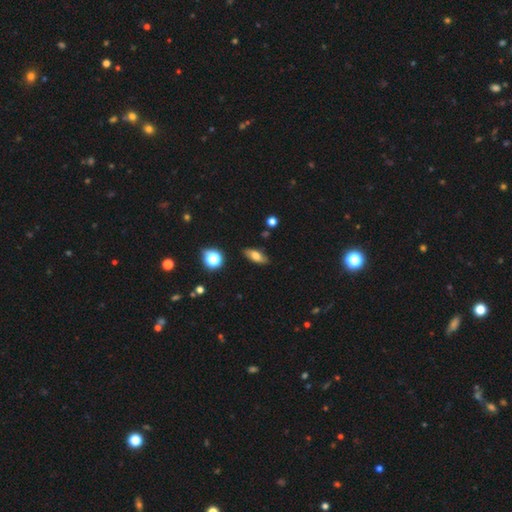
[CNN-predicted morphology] Overall: smooth (71%). How rounded: in between (77%). Merging: none (86%).